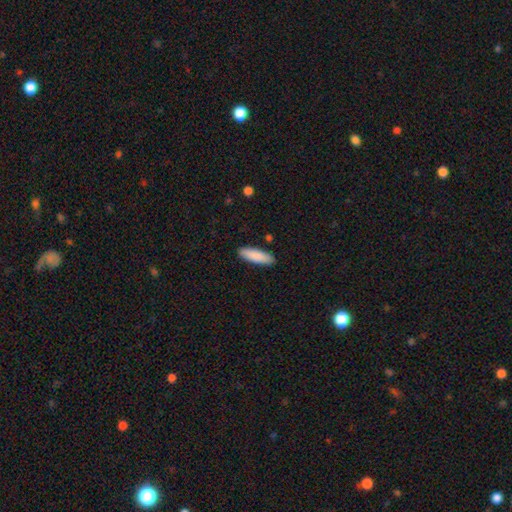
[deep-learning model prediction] This appears to be a smooth galaxy with no disk features (88%) that is cigar-shaped (52%). Merging: none (89%).